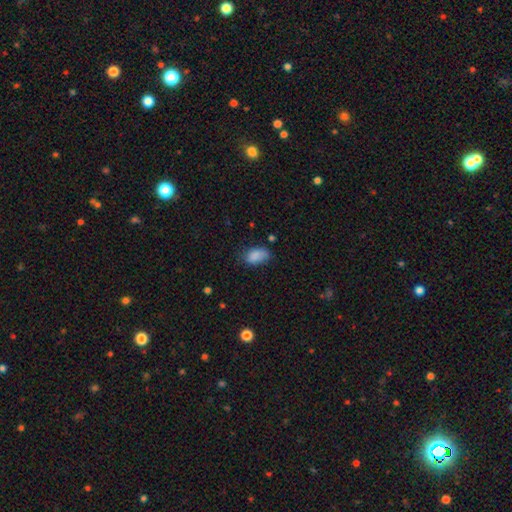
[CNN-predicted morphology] type=smooth (86%); roundness=in between (90%); merging=none (61%).